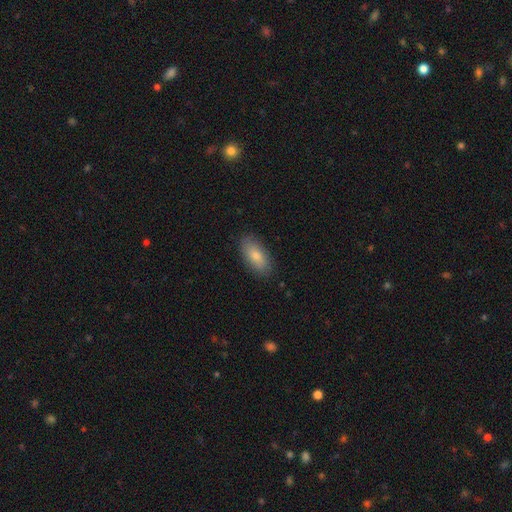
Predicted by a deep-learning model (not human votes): Morphology: type=smooth (78%); roundness=in between (88%); merging=none (87%).